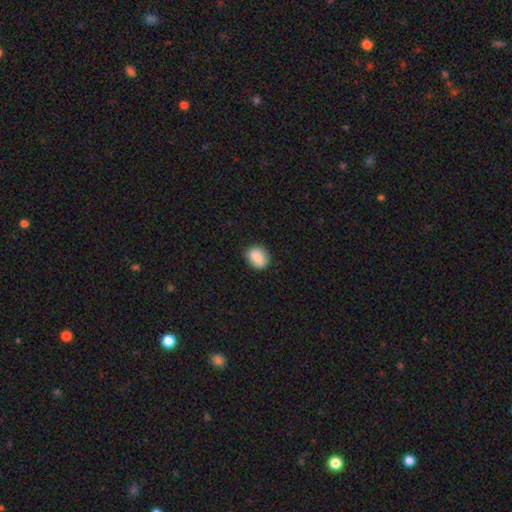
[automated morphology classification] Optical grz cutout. It shows a smooth galaxy with no disk features (87%) that is in between round and cigar-shaped (53%). Merging: none (80%).